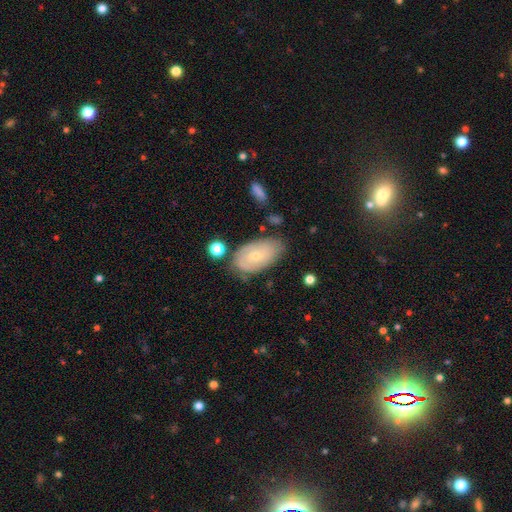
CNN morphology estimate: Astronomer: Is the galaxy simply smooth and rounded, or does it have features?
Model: smooth — 48% (runner-up: featured or disk, 45%).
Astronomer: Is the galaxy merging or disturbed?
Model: none — 65%.